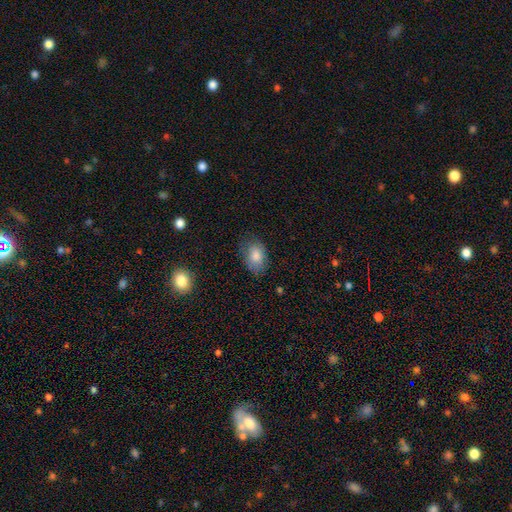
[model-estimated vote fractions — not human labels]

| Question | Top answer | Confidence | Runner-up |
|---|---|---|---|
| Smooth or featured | smooth | 80% | featured or disk (11%) |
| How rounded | in between | 83% | round (16%) |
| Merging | none | 73% | minor disturbance (20%) |